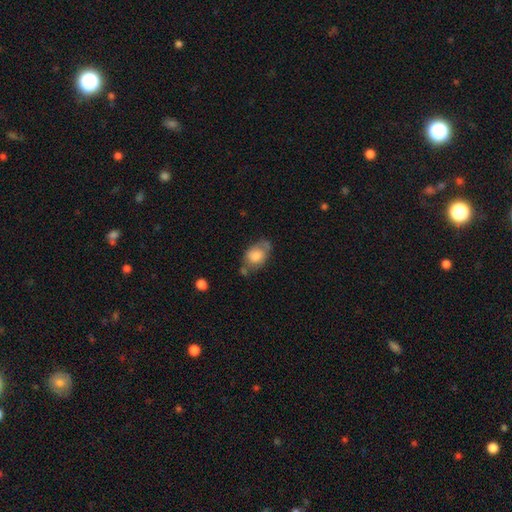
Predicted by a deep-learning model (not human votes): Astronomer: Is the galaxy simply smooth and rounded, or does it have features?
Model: smooth — 70%.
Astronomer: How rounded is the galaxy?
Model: in between — 78%.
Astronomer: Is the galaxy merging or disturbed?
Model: none — 46% (runner-up: minor disturbance, 30%).